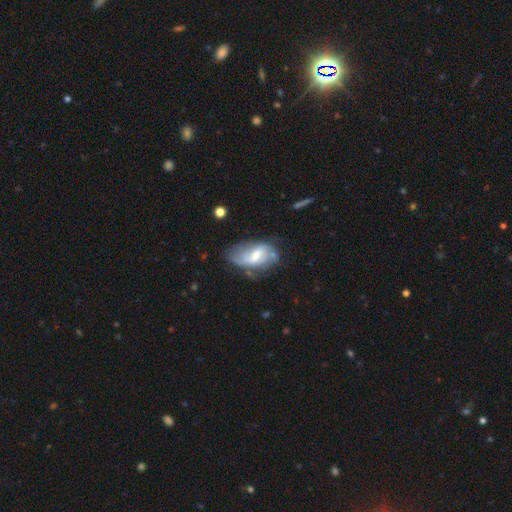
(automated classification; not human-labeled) smooth_or_featured: featured or disk (p=0.66) [alt: smooth p=0.27]
disk_edge_on: no (p=0.95) [alt: yes p=0.05]
bar: weak (p=0.55) [alt: no p=0.25]
has_spiral_arms: yes (p=0.81) [alt: no p=0.19]
spiral_winding: loose (p=0.42) [alt: medium p=0.38]
spiral_arm_count: 2 (p=0.58) [alt: can't tell p=0.24]
bulge_size: moderate (p=0.48) [alt: small p=0.41]
merging: none (p=0.51) [alt: minor disturbance p=0.29]